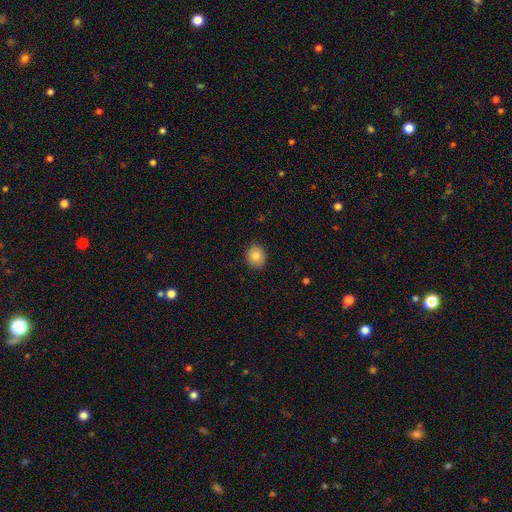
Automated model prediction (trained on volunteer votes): Smooth or featured?
  - smooth: 82% *
  - featured or disk: 9%
  - star or artifact: 9%
How rounded?
  - round: 81% *
  - in between: 18%
  - cigar-shaped: 1%
Merging?
  - none: 90% *
  - minor disturbance: 7%
  - major disturbance: 2%
  - merger: 1%